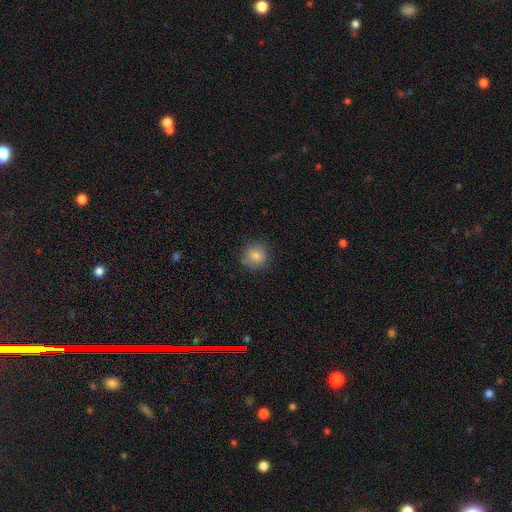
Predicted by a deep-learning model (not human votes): Overall: smooth (82%). How rounded: round (91%). Merging: none (85%).